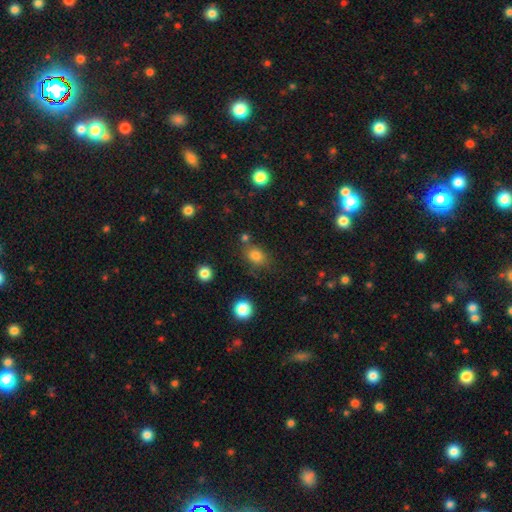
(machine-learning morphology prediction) This is likely a smooth galaxy (79%). How rounded: possibly in between (58%). Merging: likely none (68%).